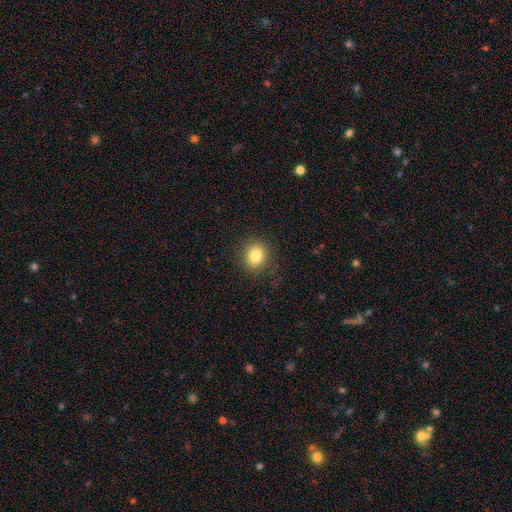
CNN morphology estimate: Q: Smooth or featured?
A: smooth (81%); runner-up: star or artifact (11%)
Q: How rounded?
A: round (78%); runner-up: in between (21%)
Q: Merging?
A: none (88%); runner-up: minor disturbance (8%)